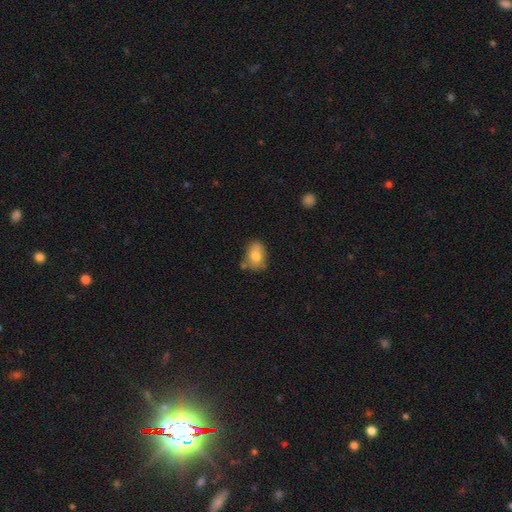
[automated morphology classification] Smooth or featured: smooth — 74% (featured or disk — 18%)
How rounded: in between — 75% (round — 24%)
Merging: none — 60% (minor disturbance — 25%)